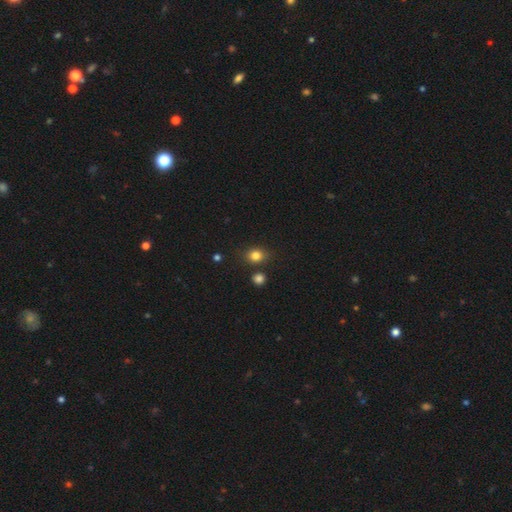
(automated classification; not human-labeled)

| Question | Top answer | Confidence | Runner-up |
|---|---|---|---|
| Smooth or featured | smooth | 82% | star or artifact (12%) |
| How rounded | round | 64% | in between (35%) |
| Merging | none | 79% | minor disturbance (11%) |